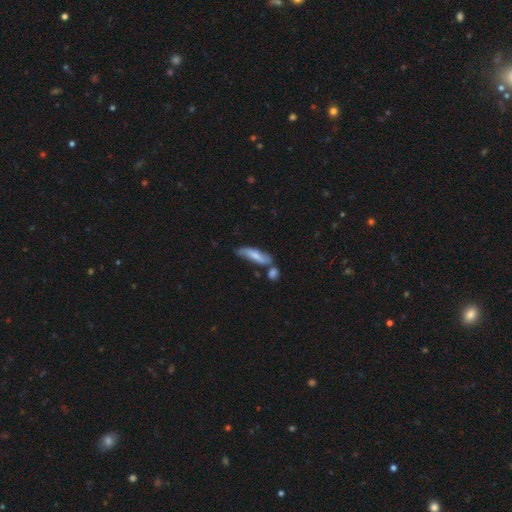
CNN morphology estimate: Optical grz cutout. It shows a smooth galaxy with no disk features (55%) that is cigar-shaped (56%). Merging: none (50%).